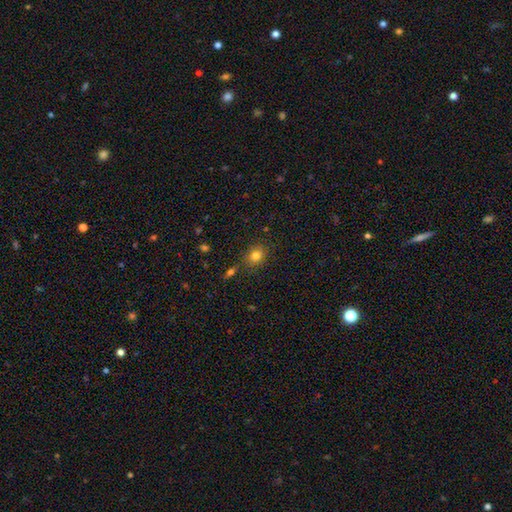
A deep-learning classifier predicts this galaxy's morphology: A smooth galaxy with no disk features (81%) that is round (57%). Merging: none (80%).